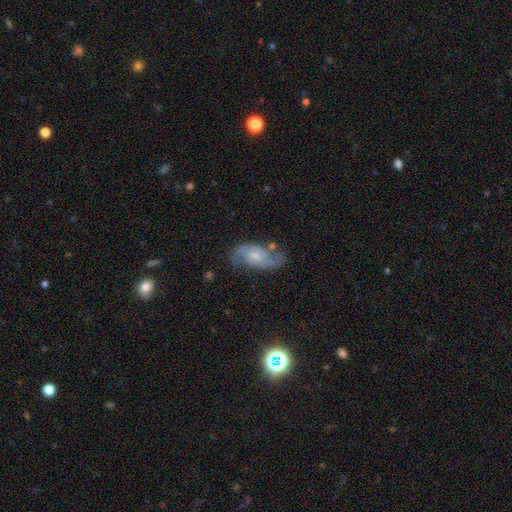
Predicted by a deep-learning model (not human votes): Q: Smooth or featured?
A: featured or disk (76%); runner-up: smooth (17%)
Q: Edge-on disk?
A: no (96%); runner-up: yes (4%)
Q: Bar?
A: no (54%); runner-up: weak (40%)
Q: Spiral arms?
A: yes (92%); runner-up: no (8%)
Q: Spiral winding?
A: medium (51%); runner-up: tight (25%)
Q: Spiral arm count?
A: 2 (85%); runner-up: can't tell (9%)
Q: Bulge size?
A: small (51%); runner-up: moderate (37%)
Q: Merging?
A: none (68%); runner-up: minor disturbance (20%)